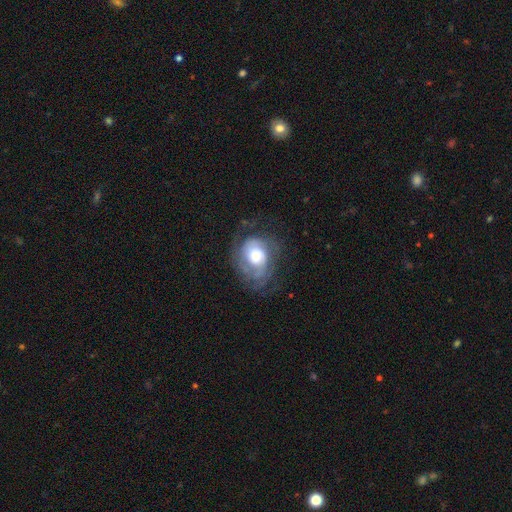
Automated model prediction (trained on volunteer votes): Smooth or featured?
  - featured or disk: 73% *
  - smooth: 21%
  - star or artifact: 7%
Edge-on disk?
  - no: 97% *
  - yes: 3%
Bar?
  - no: 74% *
  - weak: 21%
  - strong: 4%
Spiral arms?
  - yes: 88% *
  - no: 12%
Spiral winding?
  - tight: 54% *
  - medium: 34%
  - loose: 12%
Spiral arm count?
  - 2: 36% *
  - can't tell: 34%
  - 3: 14%
  - 1: 7%
  - 4: 5%
  - more than 4: 4%
Bulge size?
  - moderate: 51% *
  - large: 30%
  - small: 14%
  - dominant: 4%
  - none: 2%
Merging?
  - none: 59% *
  - minor disturbance: 22%
  - major disturbance: 18%
  - merger: 1%